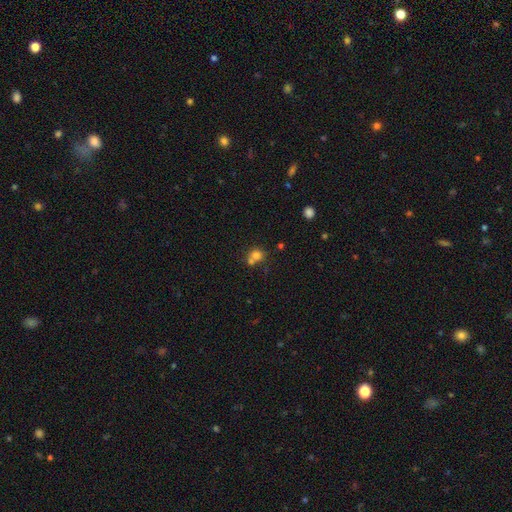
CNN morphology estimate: Overall: smooth (74%). How rounded: round (79%). Merging: none (45%; merger 42%).